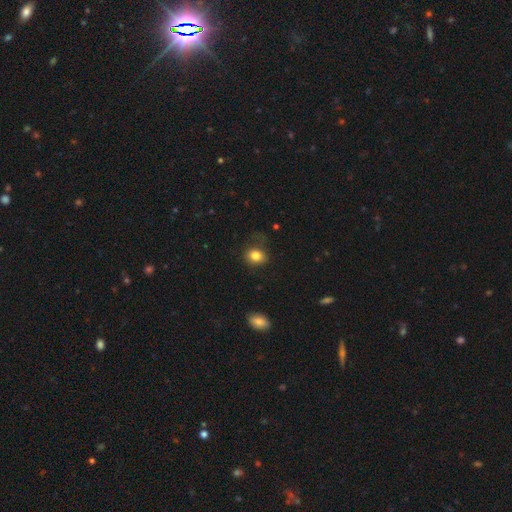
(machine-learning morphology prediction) Smooth or featured? Predicted: smooth (p=0.83). How rounded? Predicted: round (p=0.55). Merging? Predicted: none (p=0.70).